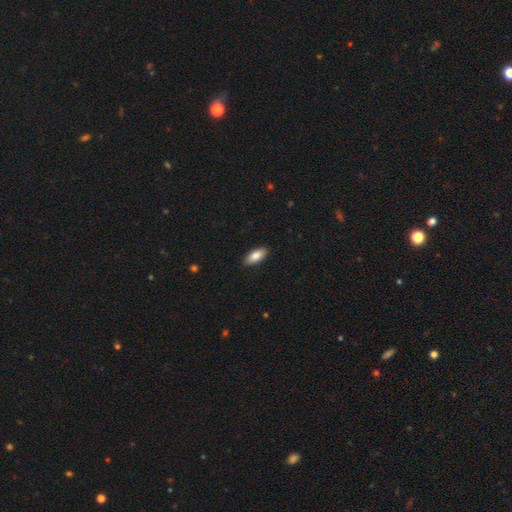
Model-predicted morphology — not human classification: Smooth or featured? Predicted: smooth (p=0.85). How rounded? Predicted: in between (p=0.86). Merging? Predicted: none (p=0.89).